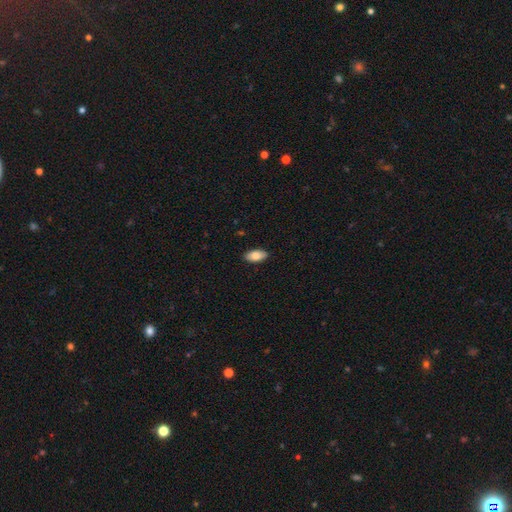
Morphology: type=smooth (87%); roundness=in between (94%); merging=none (86%).